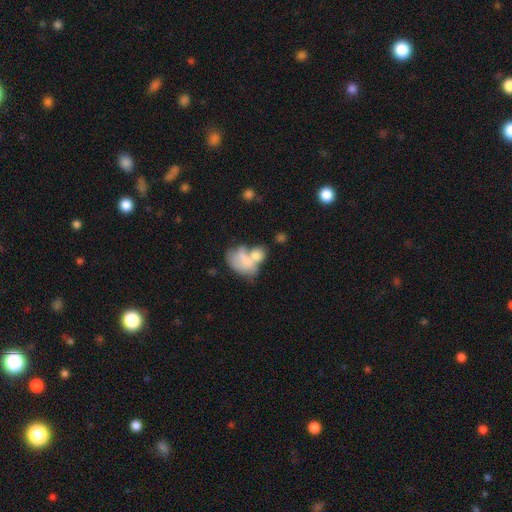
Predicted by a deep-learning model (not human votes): Smooth or featured? Predicted: smooth (p=0.68). How rounded? Predicted: in between (p=0.77). Merging? Predicted: merger (p=0.59).